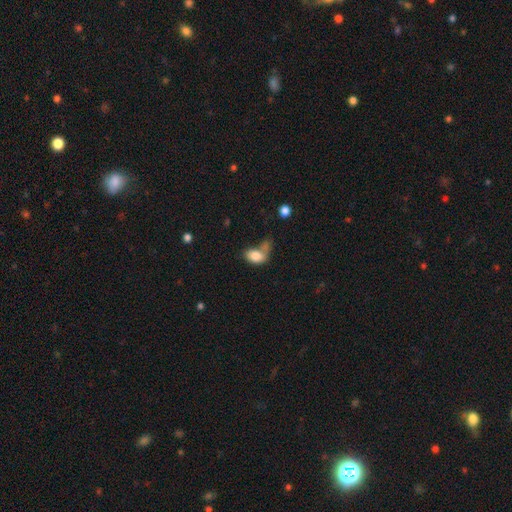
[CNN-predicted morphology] Smooth or featured? smooth (81%)
How rounded? in between (84%)
Merging? merger (38%)